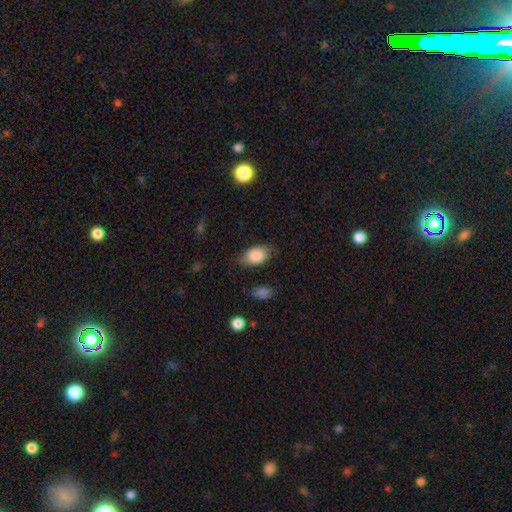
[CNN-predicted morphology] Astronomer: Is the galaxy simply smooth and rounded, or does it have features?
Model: smooth — 85%.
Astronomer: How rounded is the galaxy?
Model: in between — 87%.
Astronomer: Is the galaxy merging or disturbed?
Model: none — 72%.